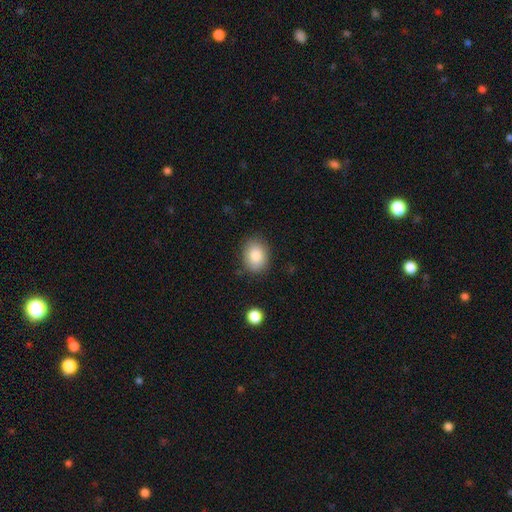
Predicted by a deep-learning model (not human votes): The model was most divided on "how rounded": in between: 59%, round: 40%, cigar-shaped: 1%. More confident: smooth or featured — smooth (84%); merging — none (82%).